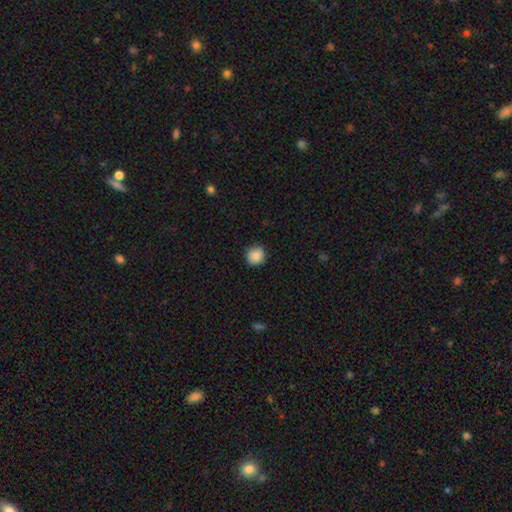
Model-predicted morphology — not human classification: Smooth or featured? smooth (88%)
How rounded? round (93%)
Merging? none (90%)